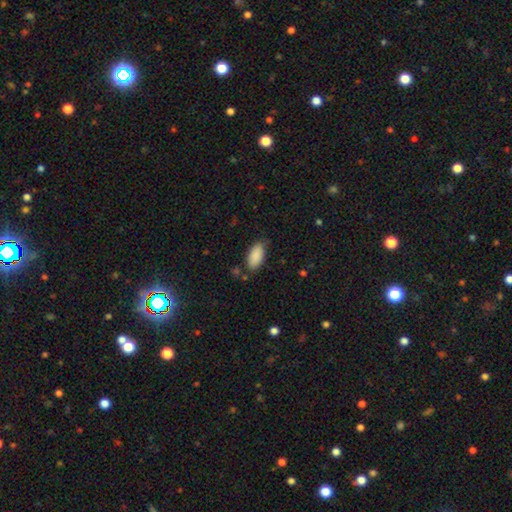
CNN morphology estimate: type=smooth (89%); roundness=in between (93%); merging=none (79%).